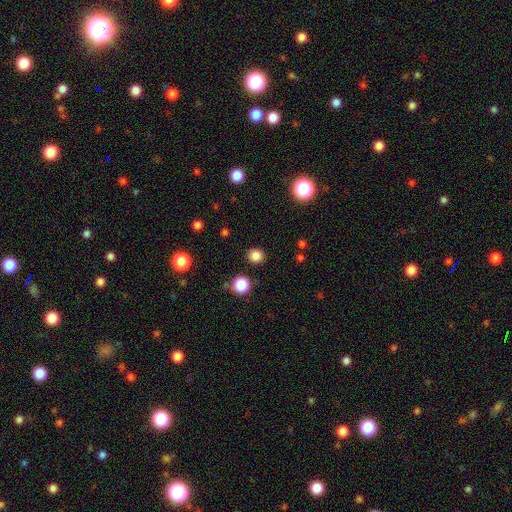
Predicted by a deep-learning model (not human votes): smooth 83%, star or artifact 13%, featured or disk 3%. Down the decision tree: how rounded — round (89%); merging — none (91%).